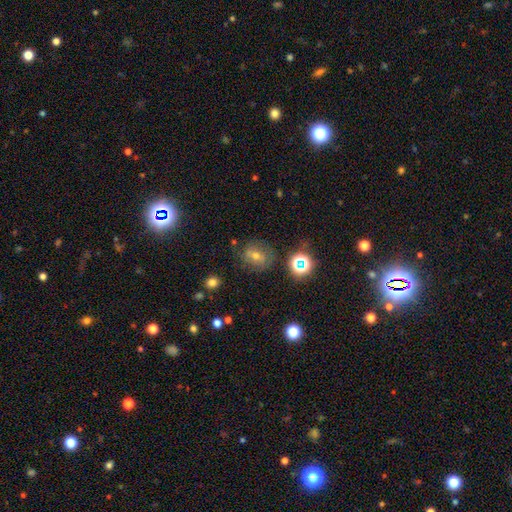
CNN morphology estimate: A smooth galaxy with no disk features (45%).

Vote fractions:
- Smooth or featured? smooth: 45% / featured or disk: 32% / star or artifact: 22%
- Merging? none: 71% / minor disturbance: 18% / major disturbance: 8% / merger: 4%